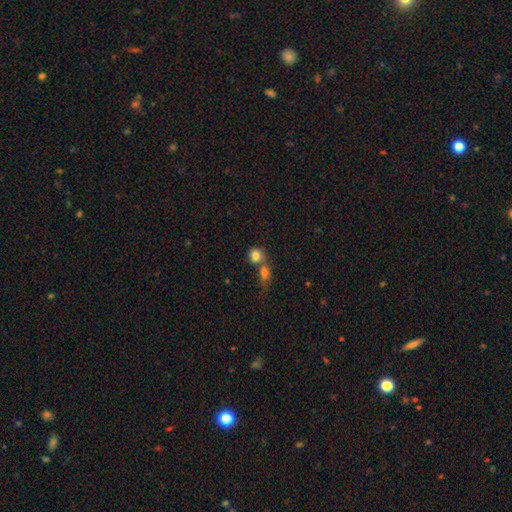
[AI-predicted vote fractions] Morphology: type=smooth (82%); roundness=round (76%); merging=merger (51%).